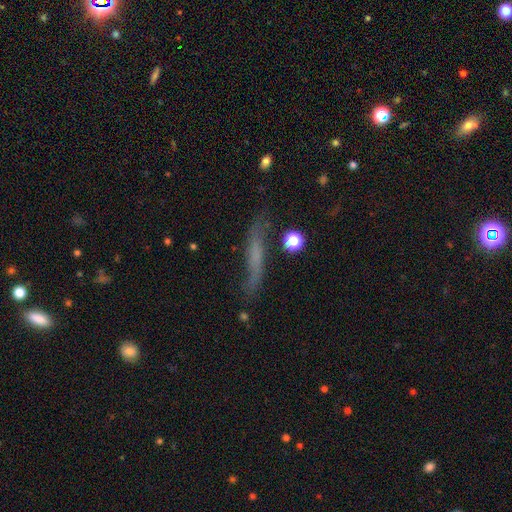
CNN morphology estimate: This is possibly a featured or disk galaxy (46%). Merging: likely none (65%).